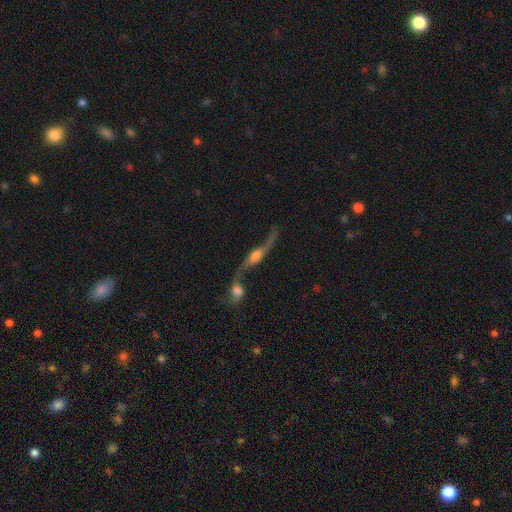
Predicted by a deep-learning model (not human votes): smooth_or_featured: featured or disk (p=0.72) [alt: smooth p=0.20]
disk_edge_on: no (p=0.60) [alt: yes p=0.40]
merging: merger (p=0.66) [alt: none p=0.19]